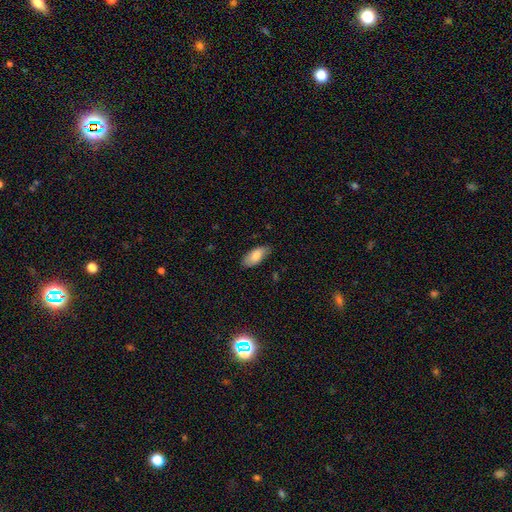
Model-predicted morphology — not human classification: This is clearly a smooth galaxy (83%). How rounded: clearly in between (90%). Merging: likely none (77%).